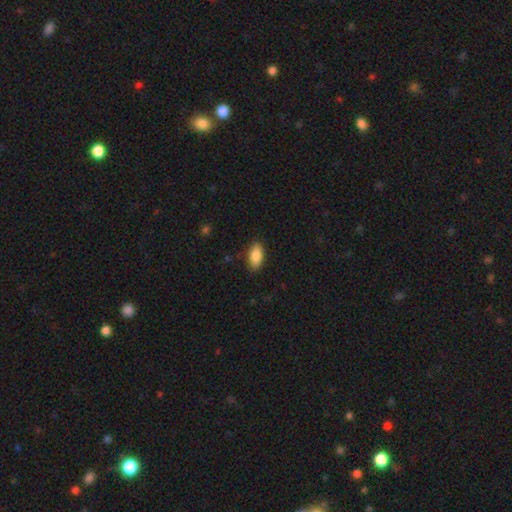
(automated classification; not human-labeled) Smooth or featured? smooth (87%)
How rounded? in between (89%)
Merging? none (86%)